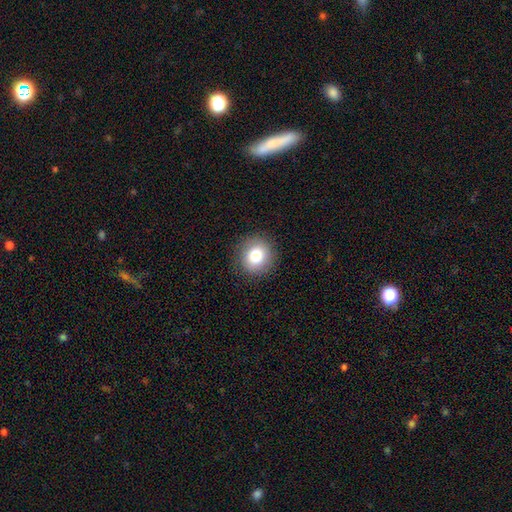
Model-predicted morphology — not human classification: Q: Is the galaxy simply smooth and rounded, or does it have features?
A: smooth — 80%.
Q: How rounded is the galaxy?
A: round — 88%.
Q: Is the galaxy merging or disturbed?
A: none — 90%.